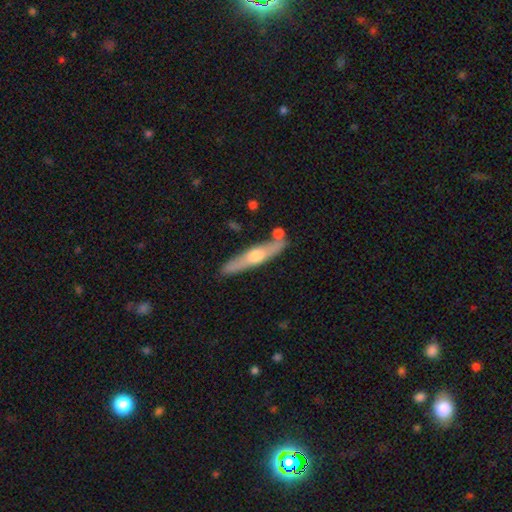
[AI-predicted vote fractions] This appears to be a featured or disk galaxy (56%) viewed edge-on (90%) with a rounded central bulge (90%). Merging: none (78%).